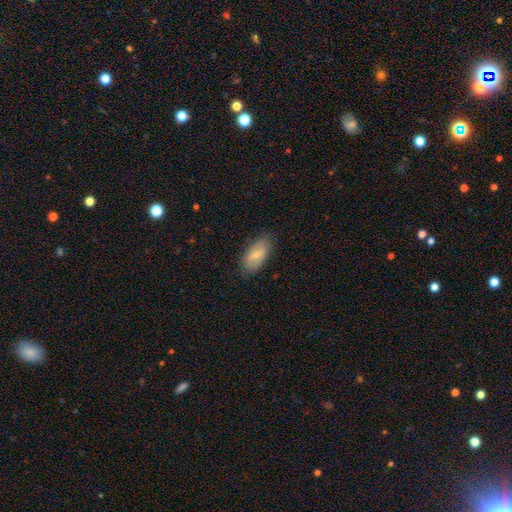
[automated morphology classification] Smooth or featured? smooth (71%)
How rounded? in between (91%)
Merging? none (82%)